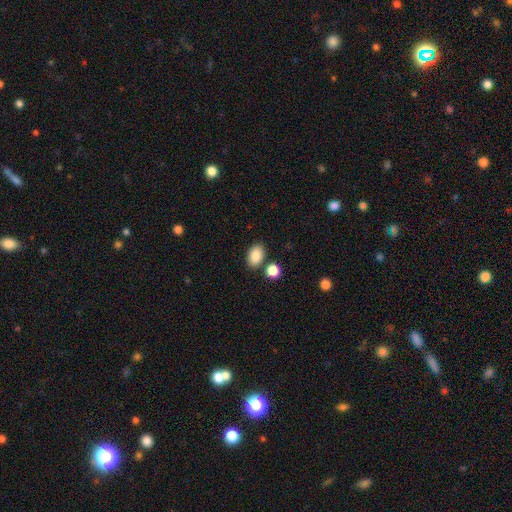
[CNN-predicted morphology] smooth 87%, star or artifact 8%, featured or disk 5%. Down the decision tree: how rounded — in between (85%); merging — none (79%).